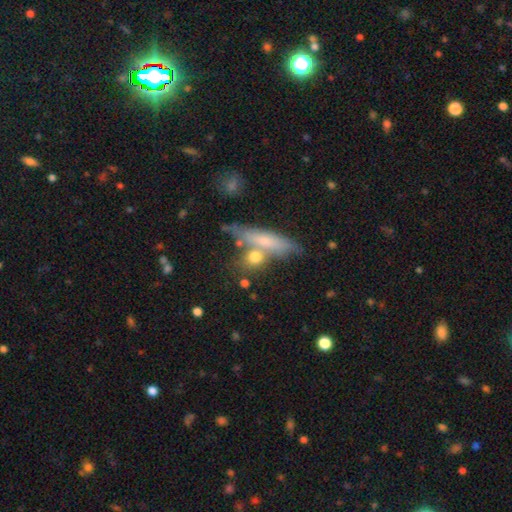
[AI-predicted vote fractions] A smooth galaxy with no disk features (64%) that is cigar-shaped (50%). Merging: none (59%).